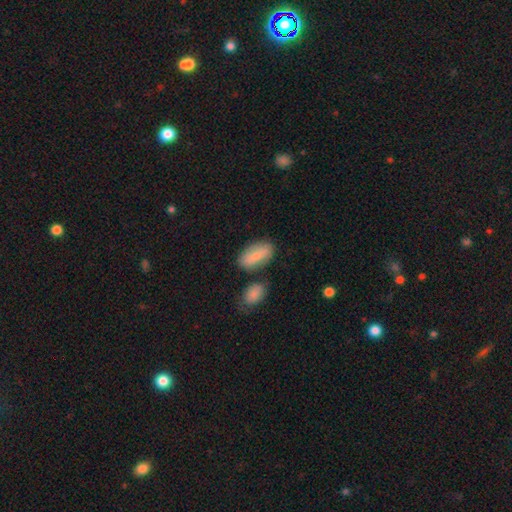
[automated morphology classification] Smooth or featured?
  - smooth: 78% *
  - featured or disk: 15%
  - star or artifact: 6%
How rounded?
  - in between: 89% *
  - cigar-shaped: 7%
  - round: 4%
Merging?
  - none: 69% *
  - minor disturbance: 15%
  - merger: 13%
  - major disturbance: 4%